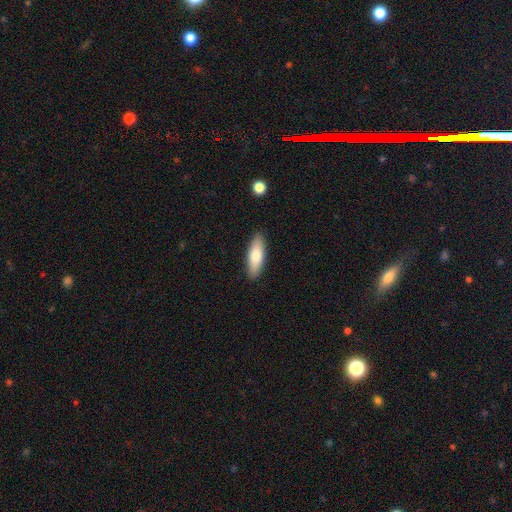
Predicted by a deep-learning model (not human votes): Overall: smooth (74%). How rounded: in between (56%; cigar-shaped 42%). Merging: none (89%).